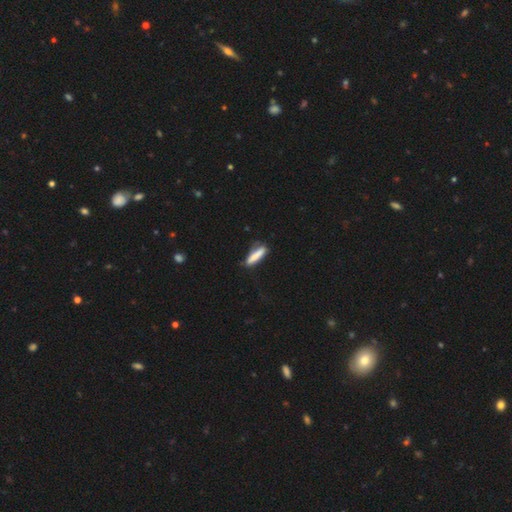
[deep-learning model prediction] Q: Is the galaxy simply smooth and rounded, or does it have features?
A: smooth — 78%.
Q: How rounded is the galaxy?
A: cigar-shaped — 81%.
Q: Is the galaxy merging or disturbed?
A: none — 73%.